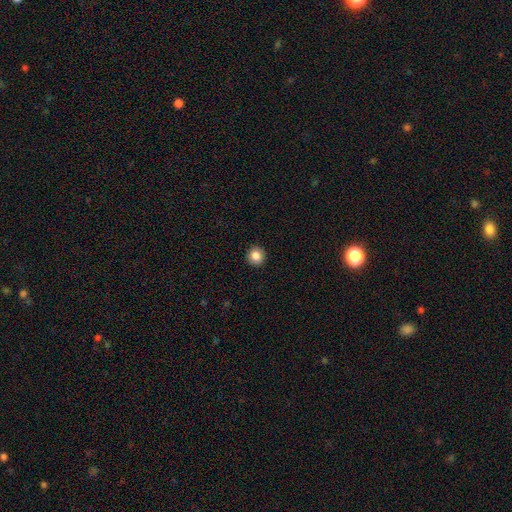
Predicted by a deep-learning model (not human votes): Smooth or featured? Predicted: smooth (p=0.85). How rounded? Predicted: round (p=0.92). Merging? Predicted: none (p=0.93).